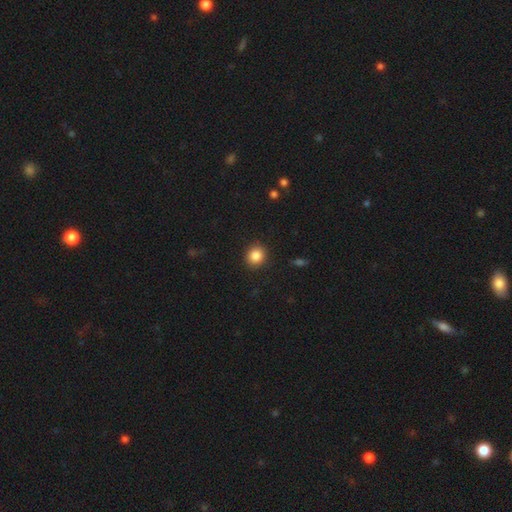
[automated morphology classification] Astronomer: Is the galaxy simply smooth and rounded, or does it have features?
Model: smooth — 87%.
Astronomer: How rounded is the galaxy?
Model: round — 82%.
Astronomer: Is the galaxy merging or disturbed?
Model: none — 91%.